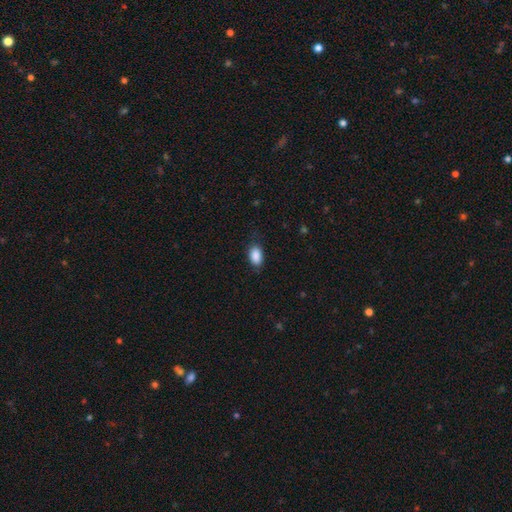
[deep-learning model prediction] A smooth galaxy with no disk features (89%) that is in between round and cigar-shaped (90%).

Vote fractions:
- Smooth or featured? smooth: 89% / star or artifact: 7% / featured or disk: 3%
- How rounded? in between: 90% / round: 8% / cigar-shaped: 2%
- Merging? none: 80% / minor disturbance: 15% / major disturbance: 3% / merger: 1%